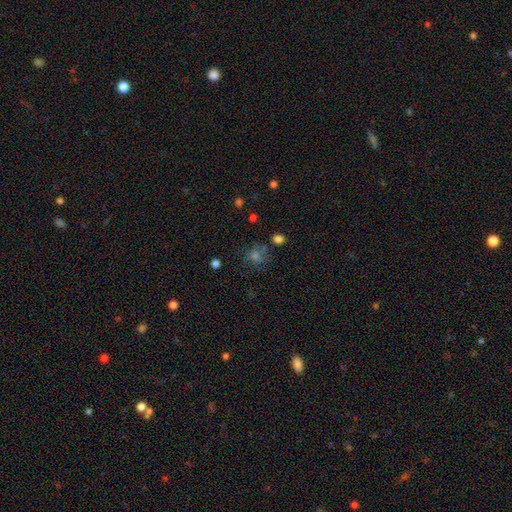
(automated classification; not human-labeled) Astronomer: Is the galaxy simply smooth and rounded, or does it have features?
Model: smooth — 44% (runner-up: star or artifact, 35%).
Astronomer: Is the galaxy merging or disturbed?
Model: none — 68%.